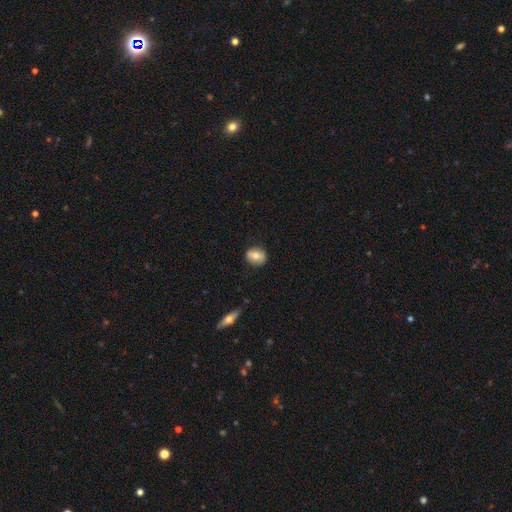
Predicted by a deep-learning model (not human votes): Smooth or featured? Predicted: smooth (p=0.73). How rounded? Predicted: round (p=0.56). Merging? Predicted: none (p=0.84).